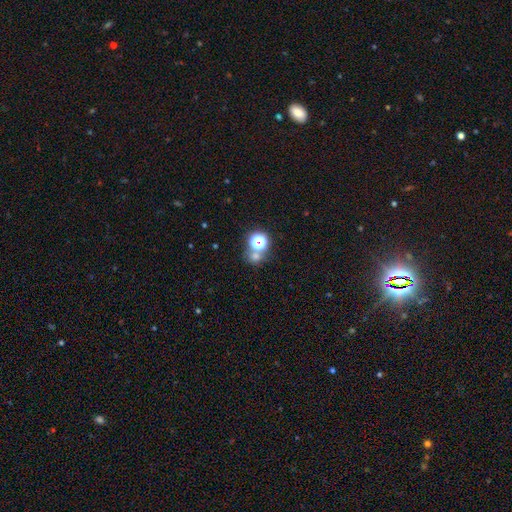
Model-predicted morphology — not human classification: A star or artifact, not a galaxy (46%, tied with smooth).